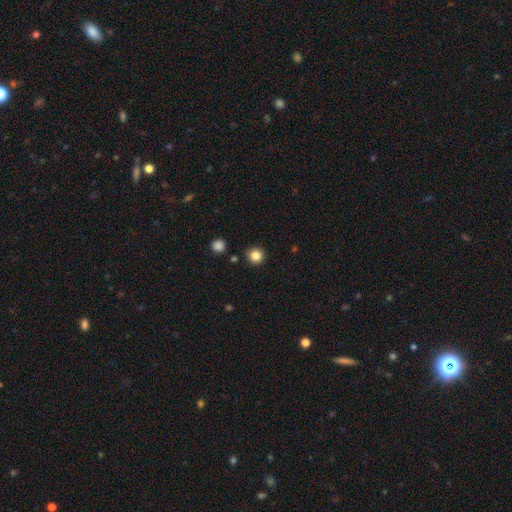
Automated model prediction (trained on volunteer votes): Smooth or featured? Predicted: smooth (p=0.84). How rounded? Predicted: round (p=0.93). Merging? Predicted: none (p=0.89).